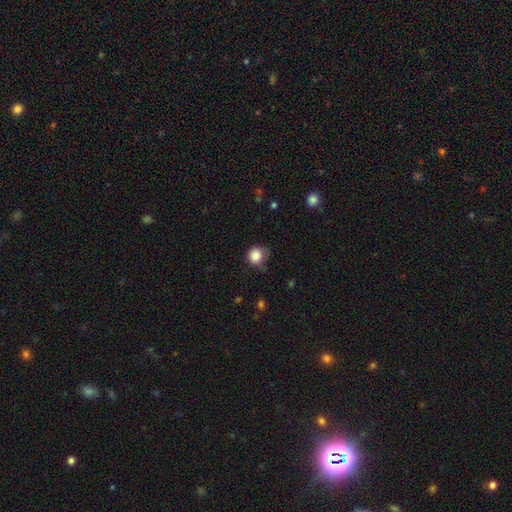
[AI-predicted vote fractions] This is clearly a smooth galaxy (84%). How rounded: clearly round (83%). Merging: possibly none (53%).